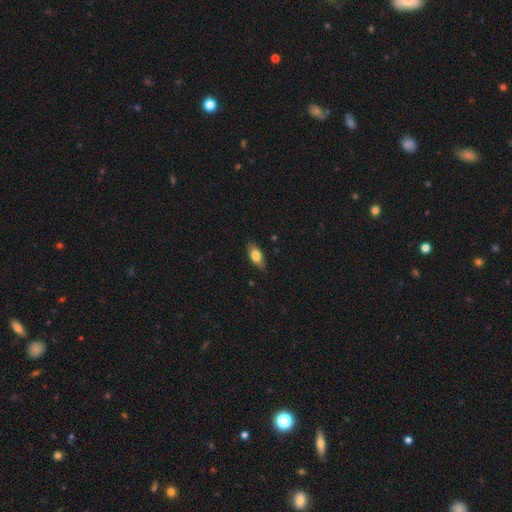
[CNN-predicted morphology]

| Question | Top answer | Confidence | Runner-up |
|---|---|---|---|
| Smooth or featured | smooth | 75% | featured or disk (19%) |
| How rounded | in between | 84% | cigar-shaped (13%) |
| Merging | none | 83% | minor disturbance (13%) |